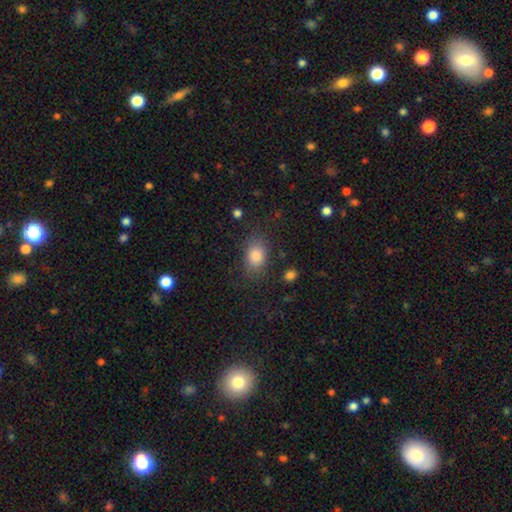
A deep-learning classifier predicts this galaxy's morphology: This is clearly a smooth galaxy (83%). How rounded: likely in between (75%). Merging: likely none (78%).